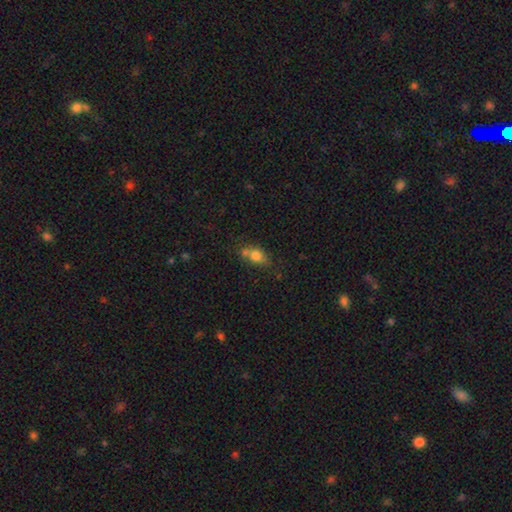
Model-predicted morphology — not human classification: type=smooth (75%); roundness=in between (59%); merging=none (42%).